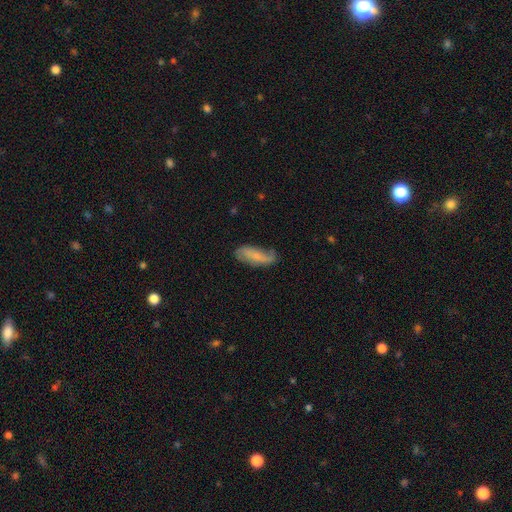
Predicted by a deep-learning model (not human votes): This is possibly a smooth galaxy (54%). How rounded: likely in between (67%). Merging: possibly none (57%).